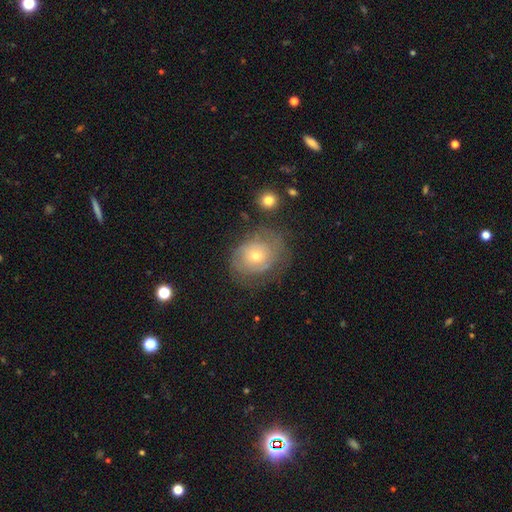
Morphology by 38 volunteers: Overall: featured or disk (58%; smooth 37%). Edge-on disk: no (100%). Bar: no (82%). Spiral arms: yes (50%, tied with no). Spiral arm count: can't tell (73%). Spiral winding: tight (73%). Bulge size: small (55%; moderate 41%). Merging: none (47%; minor disturbance 28%).